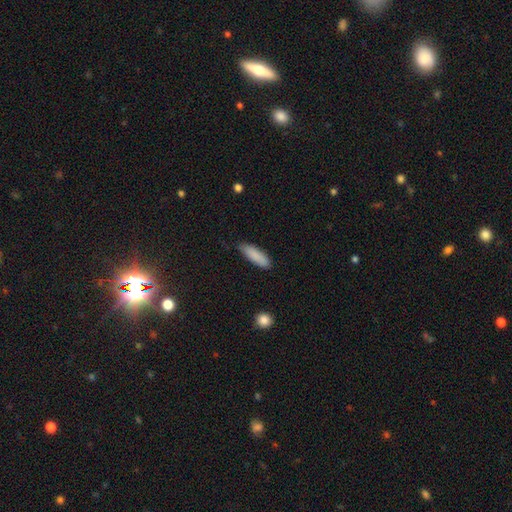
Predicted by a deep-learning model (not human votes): Morphology: type=smooth (87%); roundness=cigar-shaped (53%); merging=none (80%).